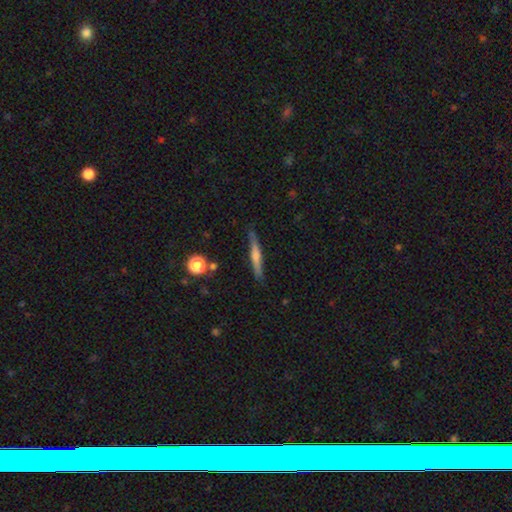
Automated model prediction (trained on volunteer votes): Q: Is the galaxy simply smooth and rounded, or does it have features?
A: featured or disk — 55%.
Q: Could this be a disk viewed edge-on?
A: yes — 97%.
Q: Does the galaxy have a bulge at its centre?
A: rounded — 62%.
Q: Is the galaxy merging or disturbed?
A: none — 87%.